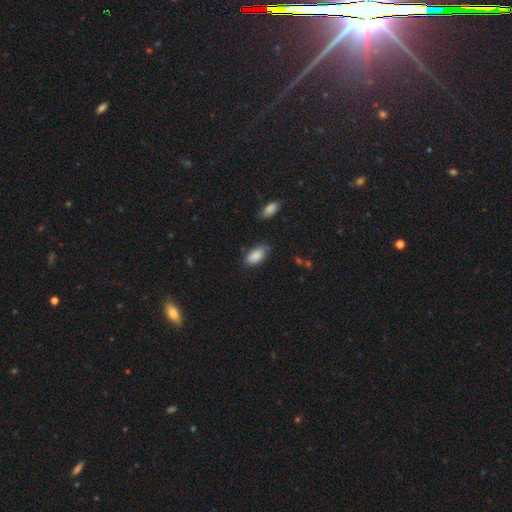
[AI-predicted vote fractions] Morphology: type=smooth (87%); roundness=in between (92%); merging=none (65%).